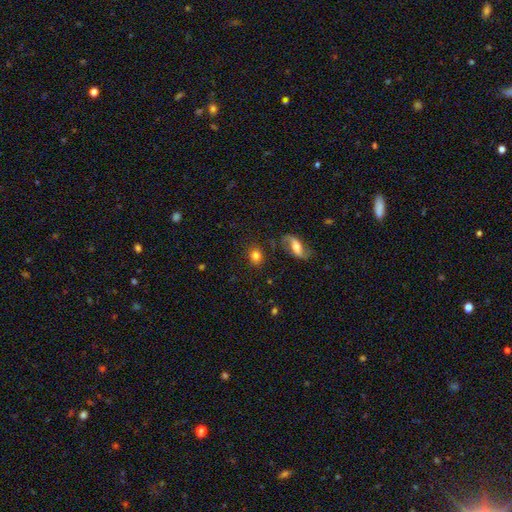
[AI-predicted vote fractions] Smooth or featured: smooth — 77% (featured or disk — 14%)
How rounded: round — 66% (in between — 32%)
Merging: none — 82% (minor disturbance — 11%)